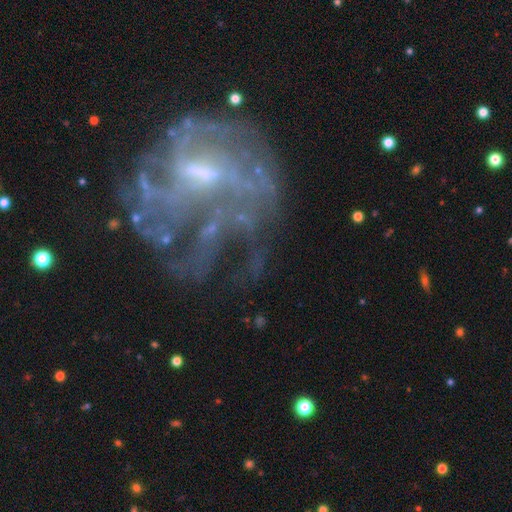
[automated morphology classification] Smooth or featured? featured or disk (78%)
Edge-on disk? no (97%)
Bar? weak (50%)
Spiral arms? yes (72%)
Spiral winding? medium (36%)
Spiral arm count? can't tell (51%)
Bulge size? small (44%)
Merging? none (43%)